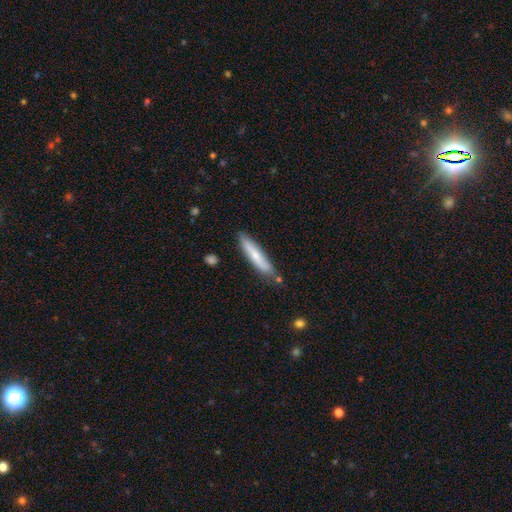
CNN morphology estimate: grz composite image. It shows a smooth galaxy with no disk features (65%) that is cigar-shaped (87%). Merging: none (78%).